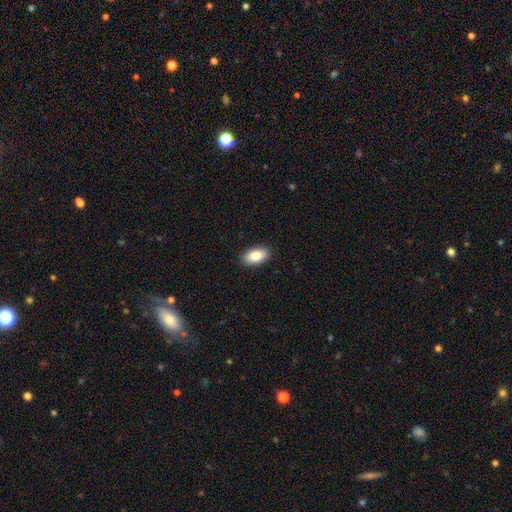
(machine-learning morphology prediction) A smooth galaxy with no disk features (84%) that is in between round and cigar-shaped (93%).

Vote fractions:
- Smooth or featured? smooth: 84% / featured or disk: 10% / star or artifact: 7%
- How rounded? in between: 93% / round: 4% / cigar-shaped: 3%
- Merging? none: 90% / minor disturbance: 7% / major disturbance: 2% / merger: 1%